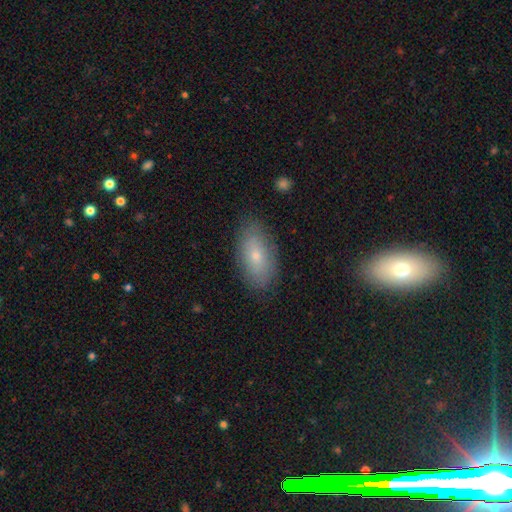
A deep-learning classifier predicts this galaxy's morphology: A smooth galaxy with no disk features (69%) that is in between round and cigar-shaped (89%).

Vote fractions:
- Smooth or featured? smooth: 69% / featured or disk: 23% / star or artifact: 8%
- How rounded? in between: 89% / cigar-shaped: 7% / round: 4%
- Merging? none: 84% / minor disturbance: 12% / major disturbance: 3% / merger: 1%